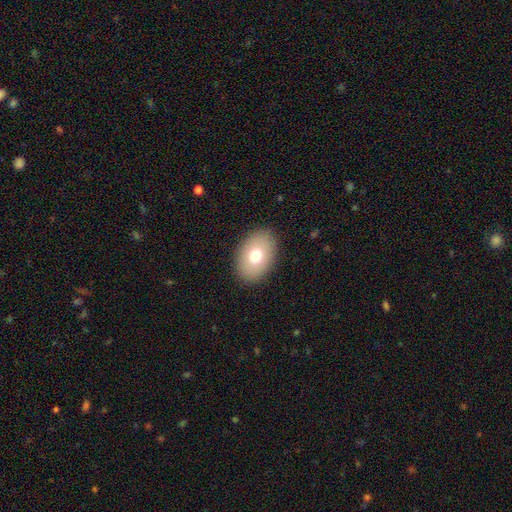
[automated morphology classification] smooth-or-featured: smooth: 72% | featured or disk: 19% | star or artifact: 9%
  how-rounded: in between: 84% | round: 15% | cigar-shaped: 1%
  merging: none: 88% | minor disturbance: 8% | major disturbance: 3% | merger: 1%